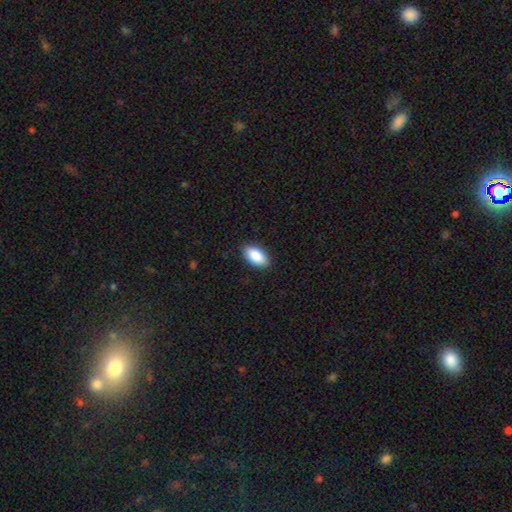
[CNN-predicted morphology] Overall: smooth (88%). How rounded: in between (93%). Merging: none (88%).